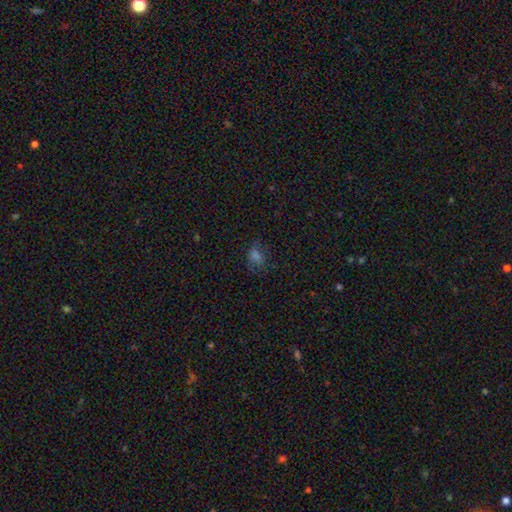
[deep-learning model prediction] Smooth or featured?
  - smooth: 60% *
  - star or artifact: 30%
  - featured or disk: 11%
How rounded?
  - in between: 60% *
  - round: 37%
  - cigar-shaped: 2%
Merging?
  - none: 64% *
  - minor disturbance: 22%
  - major disturbance: 12%
  - merger: 2%